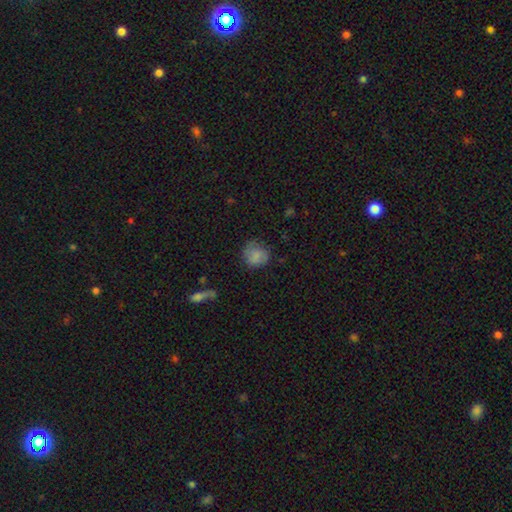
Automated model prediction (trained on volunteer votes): Morphology: type=smooth (77%); roundness=round (79%); merging=none (63%).